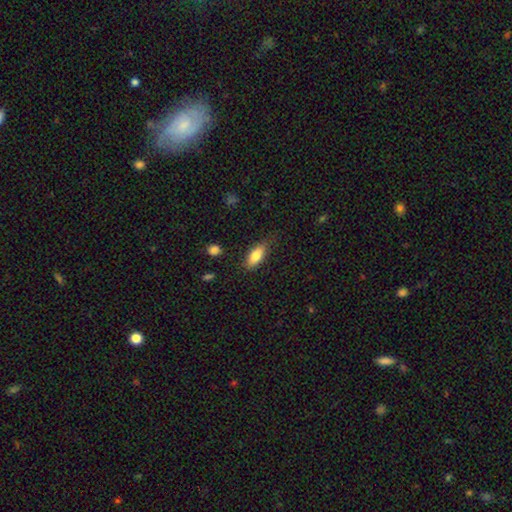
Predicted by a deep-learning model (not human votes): Overall: smooth (82%). How rounded: in between (78%). Merging: none (75%).